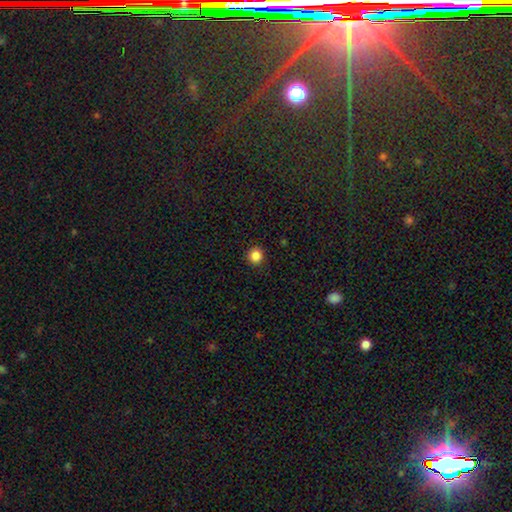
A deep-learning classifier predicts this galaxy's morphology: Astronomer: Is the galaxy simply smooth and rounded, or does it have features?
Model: smooth — 85%.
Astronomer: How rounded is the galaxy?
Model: round — 94%.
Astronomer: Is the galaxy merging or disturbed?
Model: none — 92%.